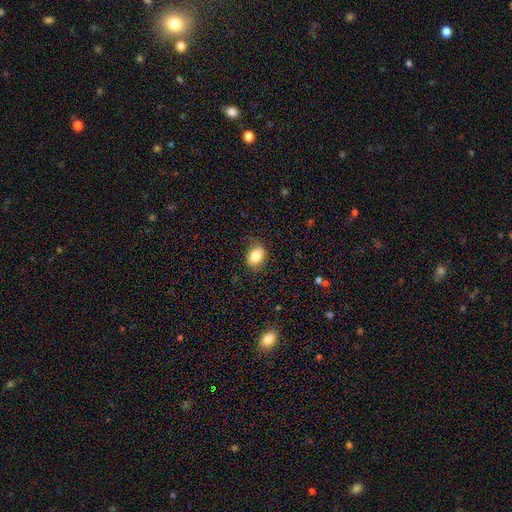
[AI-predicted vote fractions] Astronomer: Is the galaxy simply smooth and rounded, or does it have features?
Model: smooth — 83%.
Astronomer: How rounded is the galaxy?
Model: in between — 63%.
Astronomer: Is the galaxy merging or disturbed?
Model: none — 80%.